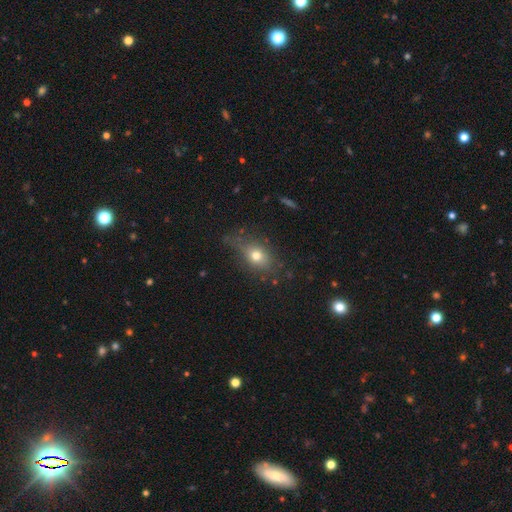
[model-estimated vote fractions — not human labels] smooth_or_featured: smooth (p=0.71) [alt: featured or disk p=0.15]
how_rounded: in between (p=0.59) [alt: round p=0.36]
merging: none (p=0.63) [alt: minor disturbance p=0.24]